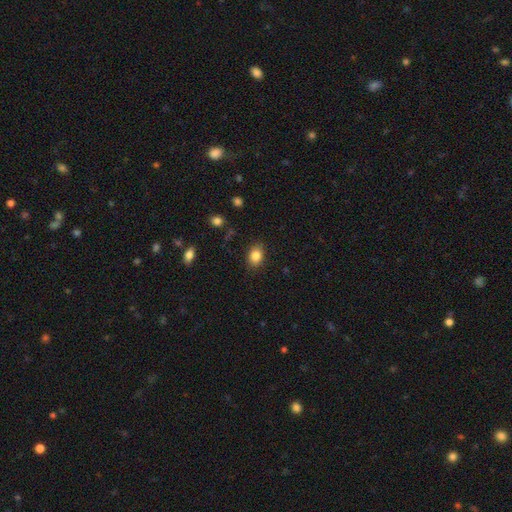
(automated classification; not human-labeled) smooth_or_featured: smooth (p=0.84) [alt: star or artifact p=0.09]
how_rounded: in between (p=0.69) [alt: round p=0.30]
merging: none (p=0.85) [alt: minor disturbance p=0.11]